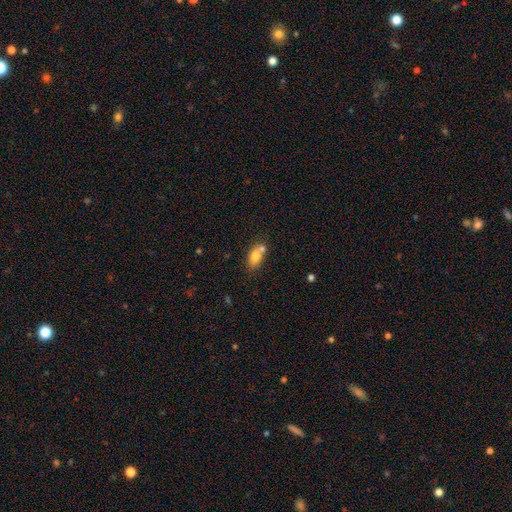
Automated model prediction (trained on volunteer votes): The model was most divided on "merging": none: 47%, merger: 36%, minor disturbance: 13%, major disturbance: 4%. More confident: how rounded — in between (83%); smooth or featured — smooth (77%).